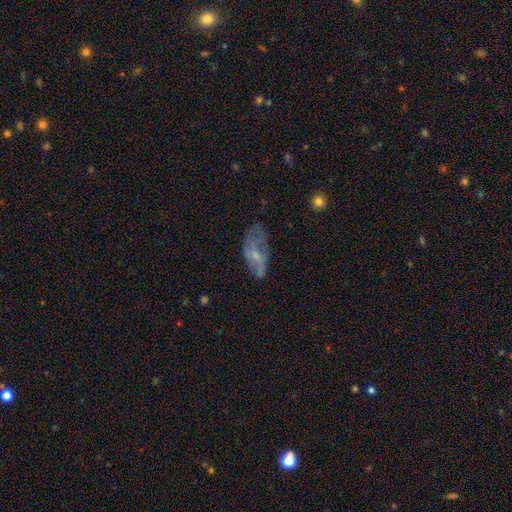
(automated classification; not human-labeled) Smooth or featured? Predicted: featured or disk (p=0.49). Merging? Predicted: none (p=0.41).